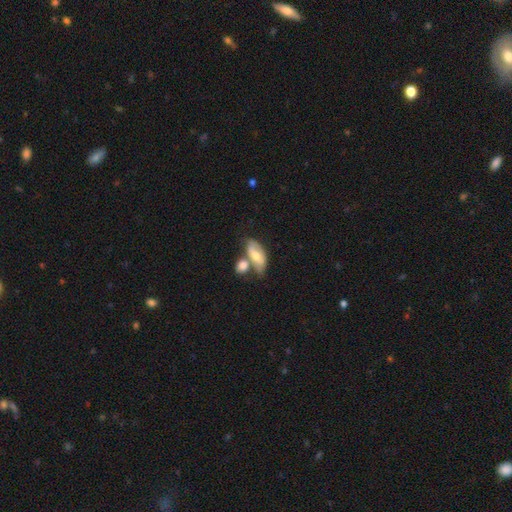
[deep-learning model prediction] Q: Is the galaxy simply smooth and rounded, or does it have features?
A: smooth — 55%.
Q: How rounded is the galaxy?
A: in between — 86%.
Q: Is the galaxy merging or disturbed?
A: merger — 44%.